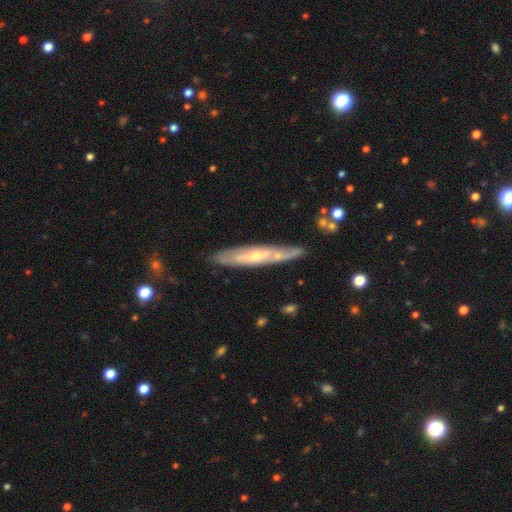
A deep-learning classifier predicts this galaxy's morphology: A featured or disk galaxy (65%) viewed edge-on (62%).

Vote fractions:
- Smooth or featured? featured or disk: 65% / smooth: 30% / star or artifact: 5%
- Edge-on disk? yes: 62% / no: 38%
- Merging? none: 77% / minor disturbance: 15% / merger: 5% / major disturbance: 3%